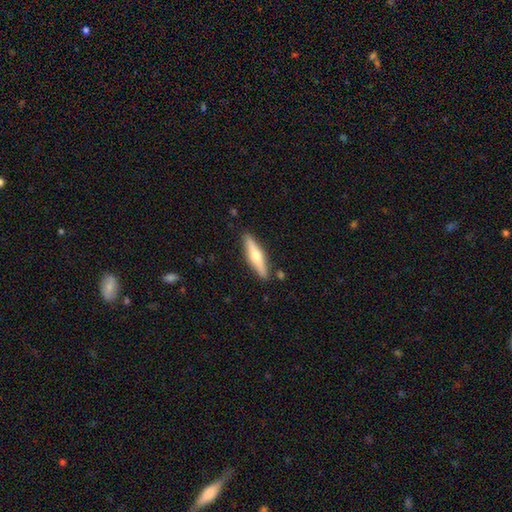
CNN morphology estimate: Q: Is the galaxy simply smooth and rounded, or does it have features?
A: featured or disk — 51%.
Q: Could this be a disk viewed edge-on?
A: yes — 94%.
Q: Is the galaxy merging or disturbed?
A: none — 88%.